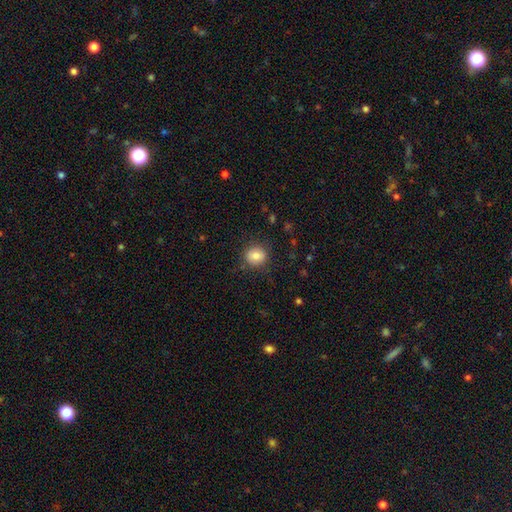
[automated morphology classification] Smooth or featured?
  - smooth: 82% *
  - star or artifact: 10%
  - featured or disk: 8%
How rounded?
  - round: 80% *
  - in between: 19%
  - cigar-shaped: 1%
Merging?
  - none: 85% *
  - minor disturbance: 11%
  - major disturbance: 4%
  - merger: 1%